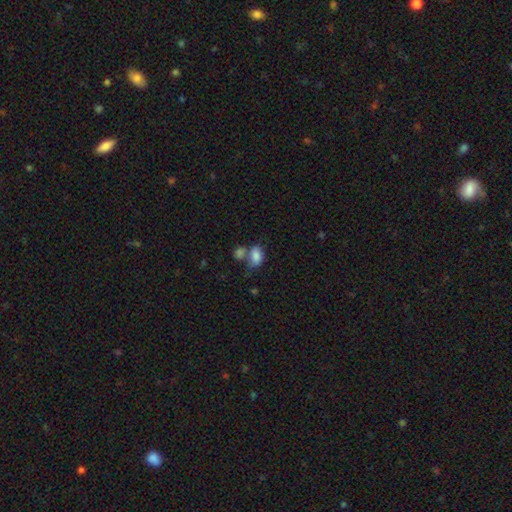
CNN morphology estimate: The model was most divided on "merging": merger: 42%, none: 35%, minor disturbance: 15%, major disturbance: 8%. More confident: how rounded — in between (84%); smooth or featured — smooth (82%).